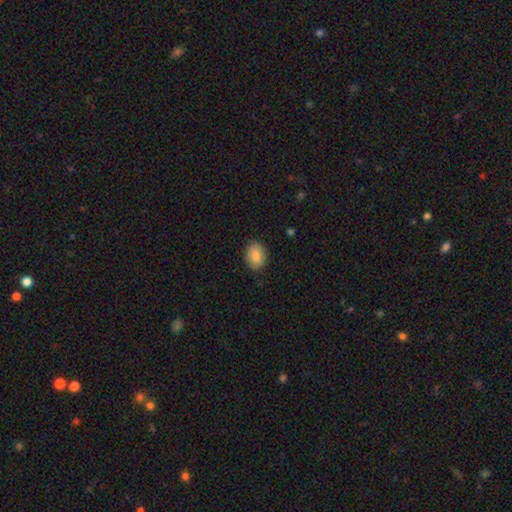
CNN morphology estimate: A smooth galaxy with no disk features (86%) that is in between round and cigar-shaped (69%).

Vote fractions:
- Smooth or featured? smooth: 86% / star or artifact: 7% / featured or disk: 7%
- How rounded? in between: 69% / round: 30% / cigar-shaped: 1%
- Merging? none: 86% / minor disturbance: 10% / major disturbance: 2% / merger: 1%